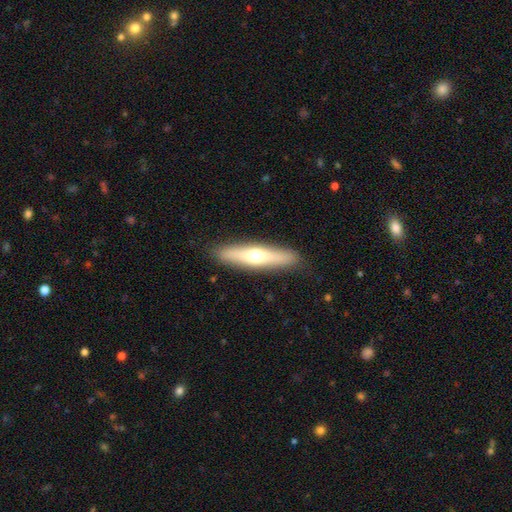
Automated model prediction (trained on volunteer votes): This is possibly a smooth galaxy (48%). Merging: clearly none (89%).